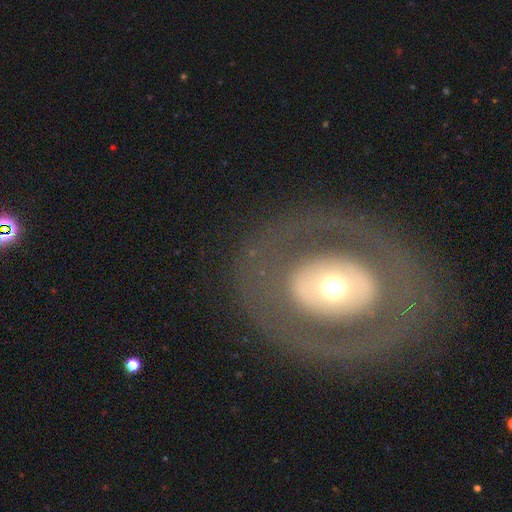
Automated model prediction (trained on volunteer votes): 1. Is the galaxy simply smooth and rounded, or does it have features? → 62% featured or disk, 32% smooth, 6% star or artifact.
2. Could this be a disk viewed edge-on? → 94% no, 6% yes.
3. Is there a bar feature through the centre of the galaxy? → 83% no, 10% weak, 7% strong.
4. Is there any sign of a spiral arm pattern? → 83% no, 17% yes.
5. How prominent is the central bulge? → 60% moderate, 19% large, 18% small, 3% dominant, 1% none.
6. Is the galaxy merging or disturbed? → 83% none, 9% minor disturbance, 7% major disturbance, 1% merger.